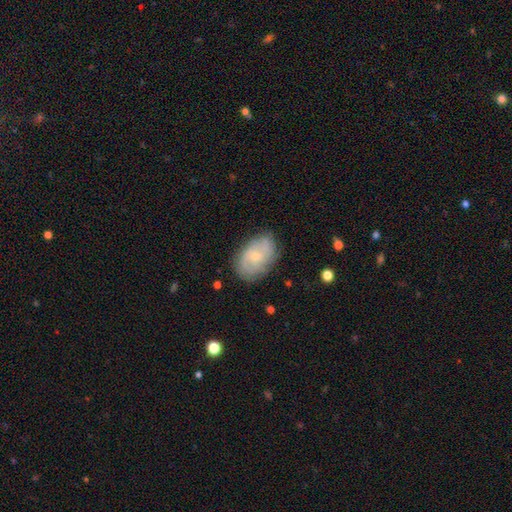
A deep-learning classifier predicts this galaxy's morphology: Smooth or featured: featured or disk — 51% (smooth — 42%)
Edge-on disk: no — 95% (yes — 5%)
Merging: none — 73% (minor disturbance — 20%)